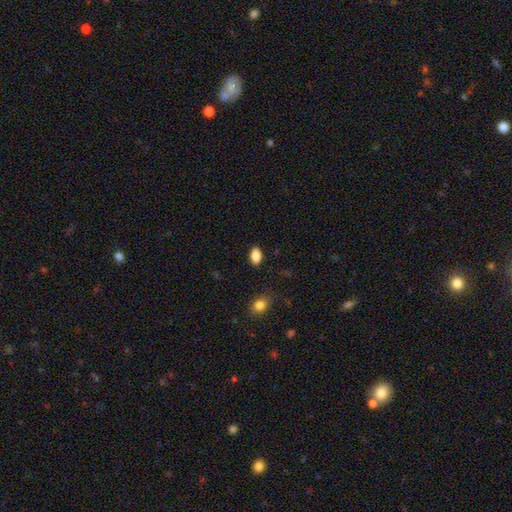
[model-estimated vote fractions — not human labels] Smooth or featured? smooth (87%)
How rounded? in between (90%)
Merging? none (87%)